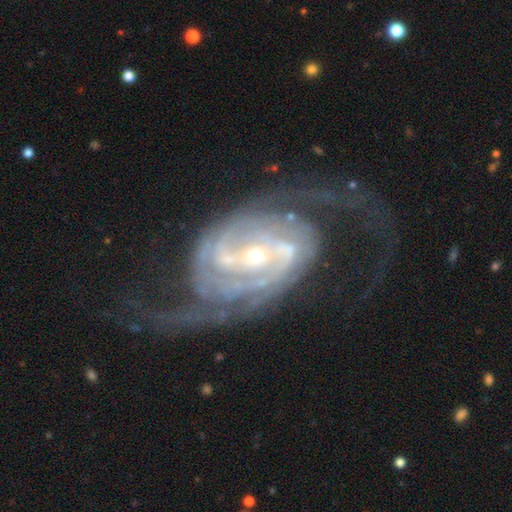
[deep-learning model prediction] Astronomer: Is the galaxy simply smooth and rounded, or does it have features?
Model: featured or disk — 92%.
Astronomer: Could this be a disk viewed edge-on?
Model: no — 97%.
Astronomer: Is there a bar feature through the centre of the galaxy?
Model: weak — 35% (runner-up: strong, 32%).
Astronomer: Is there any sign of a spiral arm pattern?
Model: yes — 98%.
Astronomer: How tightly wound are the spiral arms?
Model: medium — 43% (runner-up: tight, 41%).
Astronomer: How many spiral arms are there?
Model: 2 — 67%.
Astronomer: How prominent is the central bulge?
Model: small — 65%.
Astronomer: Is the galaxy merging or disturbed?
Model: none — 60%.